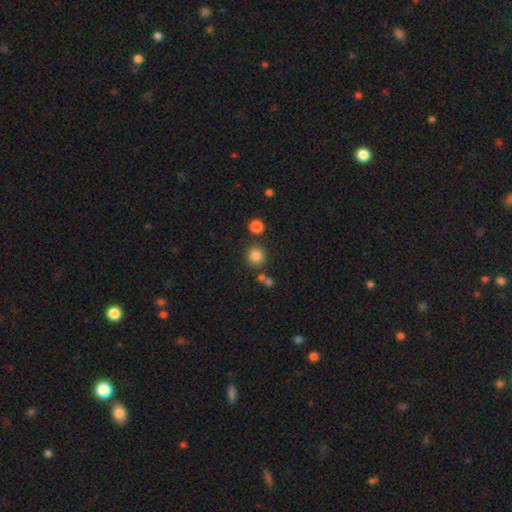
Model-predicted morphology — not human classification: Smooth or featured?
  - smooth: 83% *
  - star or artifact: 12%
  - featured or disk: 5%
How rounded?
  - round: 93% *
  - in between: 6%
  - cigar-shaped: 1%
Merging?
  - none: 83% *
  - minor disturbance: 8%
  - merger: 7%
  - major disturbance: 3%